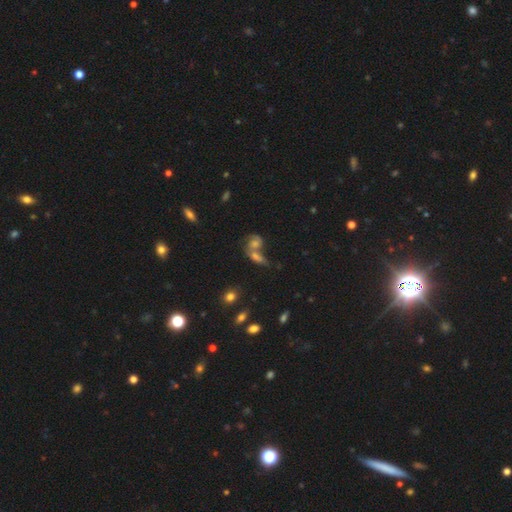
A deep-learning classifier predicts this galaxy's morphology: This appears to be a smooth galaxy with no disk features (44%). Merging: merger (51%).